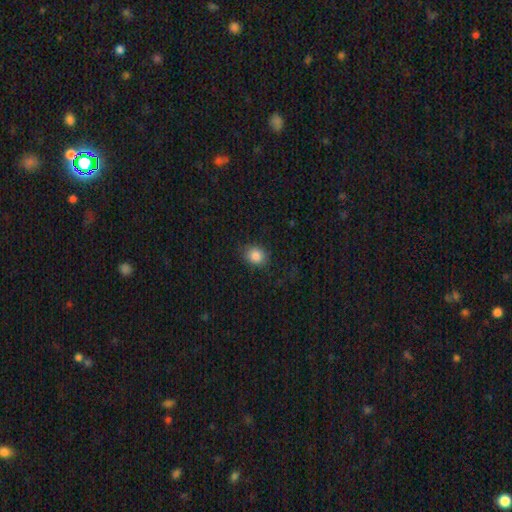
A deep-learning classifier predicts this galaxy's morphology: type=smooth (85%); roundness=round (58%); merging=none (82%).